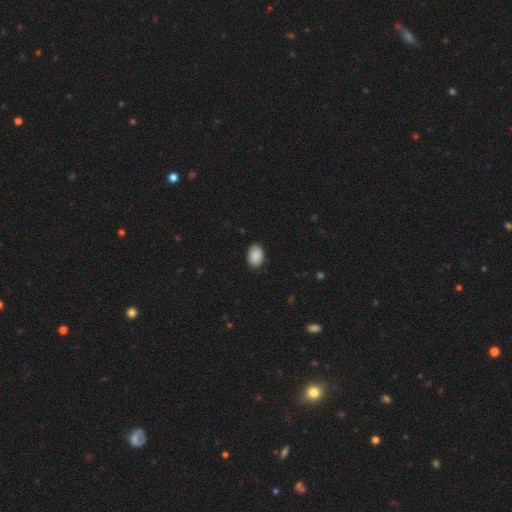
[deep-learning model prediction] Smooth or featured? smooth (90%)
How rounded? in between (84%)
Merging? none (85%)